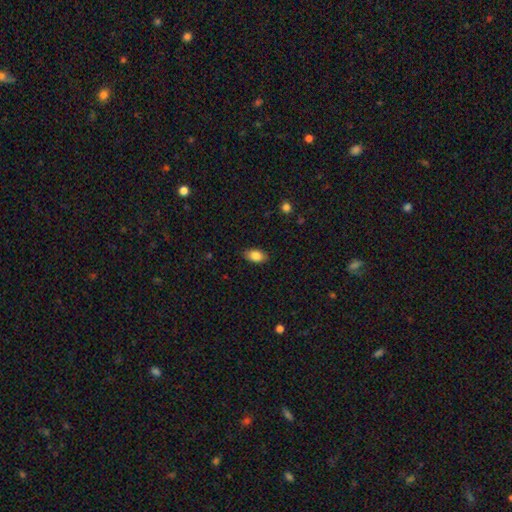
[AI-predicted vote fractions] Morphology: type=smooth (85%); roundness=in between (90%); merging=none (86%).